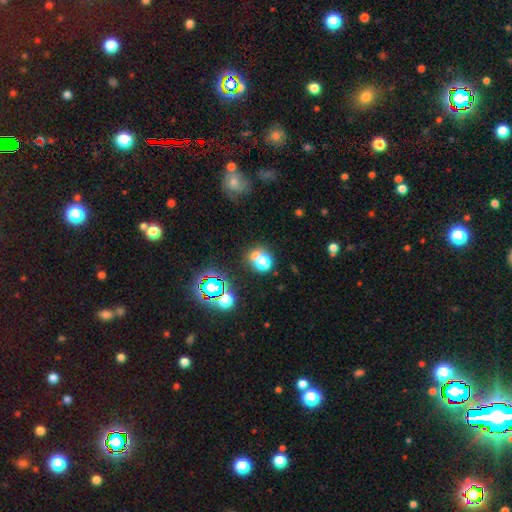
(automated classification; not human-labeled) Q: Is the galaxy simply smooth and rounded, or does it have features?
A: smooth — 59%.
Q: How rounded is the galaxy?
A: round — 65%.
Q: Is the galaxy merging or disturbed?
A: none — 48%.